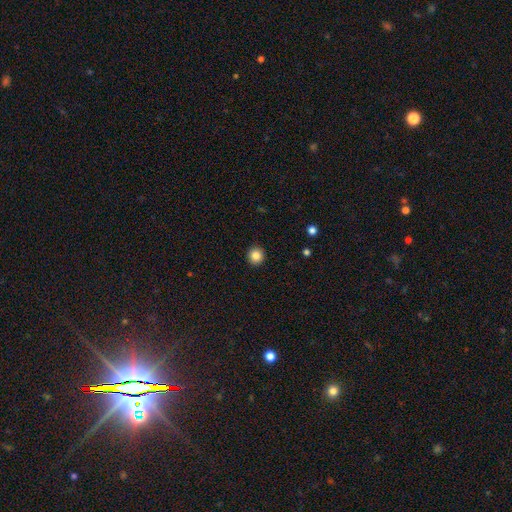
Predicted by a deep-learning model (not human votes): Smooth or featured?
  - smooth: 85% *
  - star or artifact: 10%
  - featured or disk: 5%
How rounded?
  - round: 94% *
  - in between: 5%
  - cigar-shaped: 1%
Merging?
  - none: 93% *
  - minor disturbance: 4%
  - major disturbance: 2%
  - merger: 1%